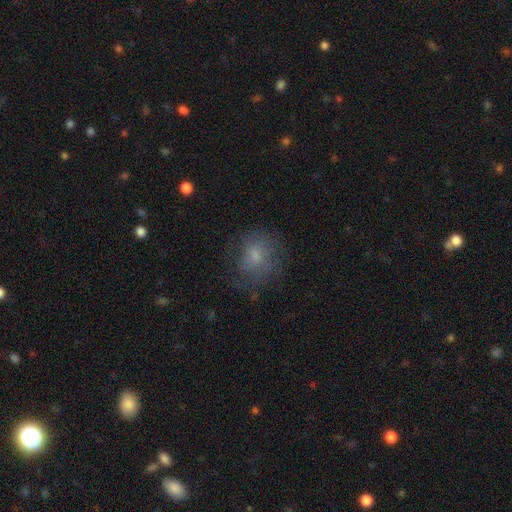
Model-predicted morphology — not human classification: Overall: smooth (63%; featured or disk 24%). How rounded: round (67%; in between 32%). Merging: none (60%; minor disturbance 21%).